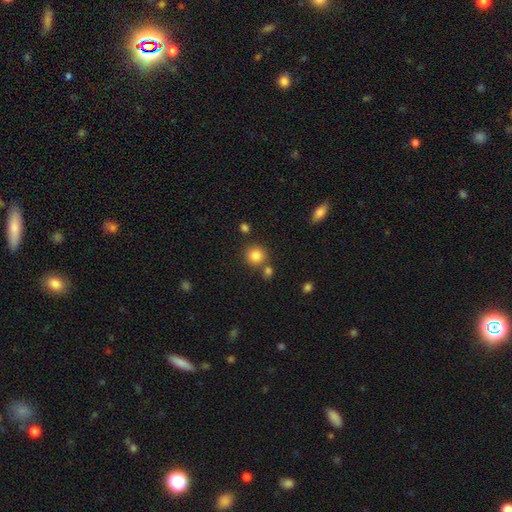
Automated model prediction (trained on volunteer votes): Q: Smooth or featured?
A: smooth (84%); runner-up: star or artifact (11%)
Q: How rounded?
A: round (90%); runner-up: in between (9%)
Q: Merging?
A: none (76%); runner-up: merger (13%)